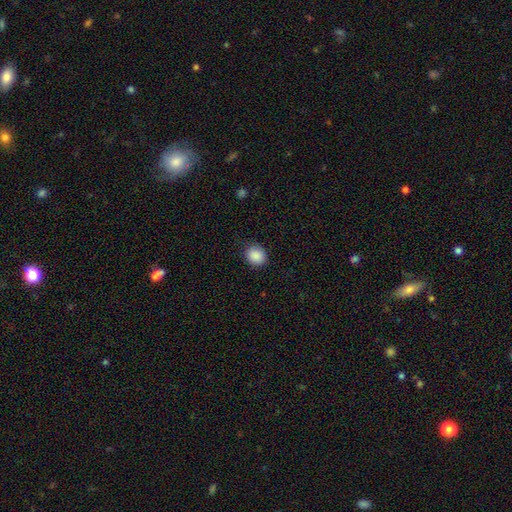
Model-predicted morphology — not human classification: A smooth galaxy with no disk features (89%) that is round (69%). Merging: none (85%).